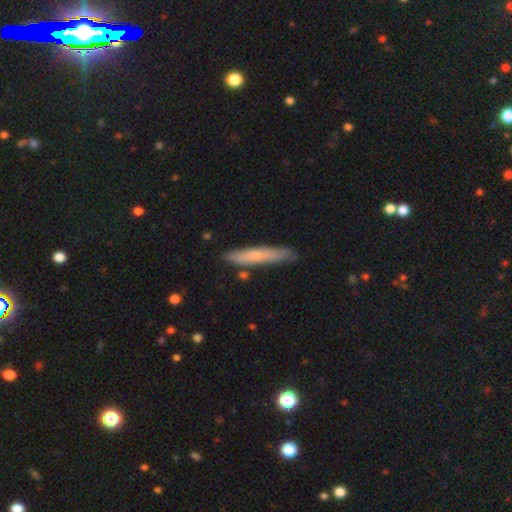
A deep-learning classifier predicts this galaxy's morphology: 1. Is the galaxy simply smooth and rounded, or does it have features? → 64% smooth, 30% featured or disk, 5% star or artifact.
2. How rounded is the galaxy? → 93% cigar-shaped, 6% in between, 1% round.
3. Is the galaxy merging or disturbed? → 80% none, 14% minor disturbance, 3% merger, 2% major disturbance.